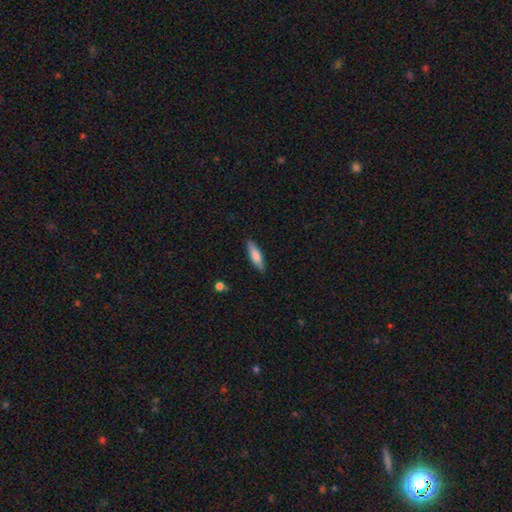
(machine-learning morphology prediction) Smooth or featured? Predicted: smooth (p=0.74). How rounded? Predicted: cigar-shaped (p=0.64). Merging? Predicted: none (p=0.87).